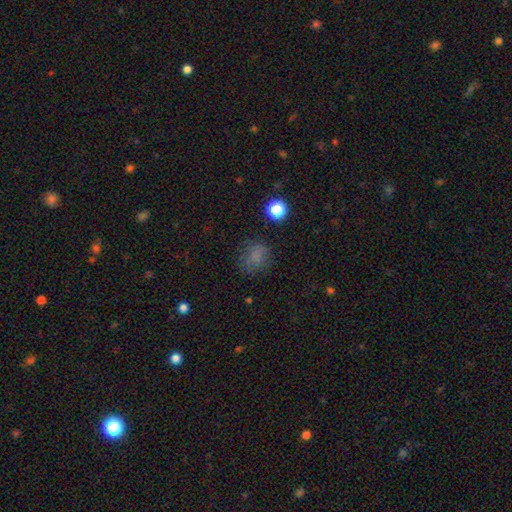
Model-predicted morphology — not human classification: Q: Smooth or featured?
A: smooth (73%); runner-up: star or artifact (19%)
Q: How rounded?
A: round (66%); runner-up: in between (32%)
Q: Merging?
A: none (71%); runner-up: minor disturbance (18%)